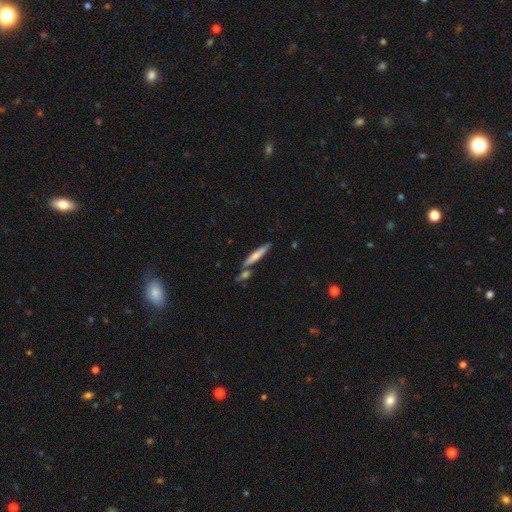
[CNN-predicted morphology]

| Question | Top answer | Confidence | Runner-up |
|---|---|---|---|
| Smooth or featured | smooth | 61% | featured or disk (33%) |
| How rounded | cigar-shaped | 91% | in between (8%) |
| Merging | none | 70% | merger (15%) |